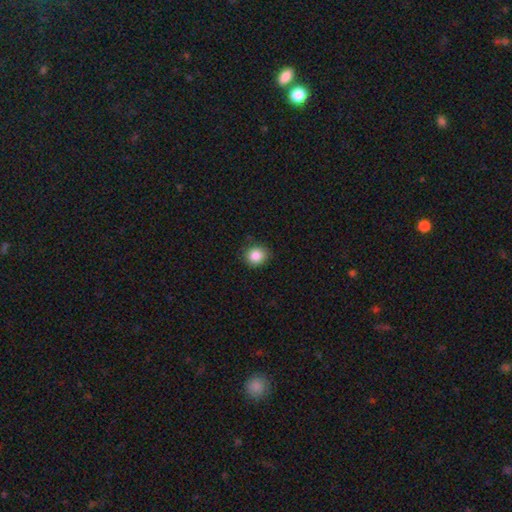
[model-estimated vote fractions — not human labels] Q: Smooth or featured?
A: smooth (86%); runner-up: star or artifact (10%)
Q: How rounded?
A: round (83%); runner-up: in between (16%)
Q: Merging?
A: none (85%); runner-up: minor disturbance (12%)